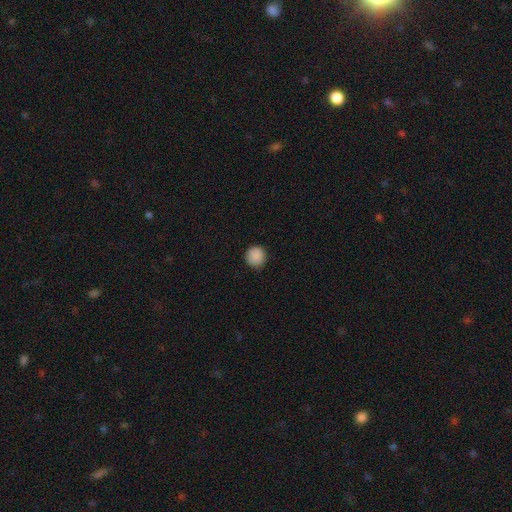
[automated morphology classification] A smooth galaxy with no disk features (88%) that is round (94%).

Vote fractions:
- Smooth or featured? smooth: 88% / star or artifact: 9% / featured or disk: 3%
- How rounded? round: 94% / in between: 5% / cigar-shaped: 1%
- Merging? none: 86% / minor disturbance: 10% / major disturbance: 2% / merger: 1%